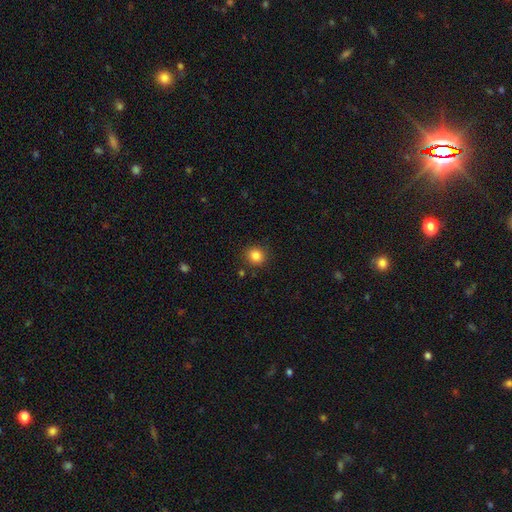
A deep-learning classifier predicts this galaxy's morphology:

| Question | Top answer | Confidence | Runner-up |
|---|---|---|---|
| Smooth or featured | smooth | 84% | star or artifact (11%) |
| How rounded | round | 86% | in between (13%) |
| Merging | none | 88% | minor disturbance (7%) |